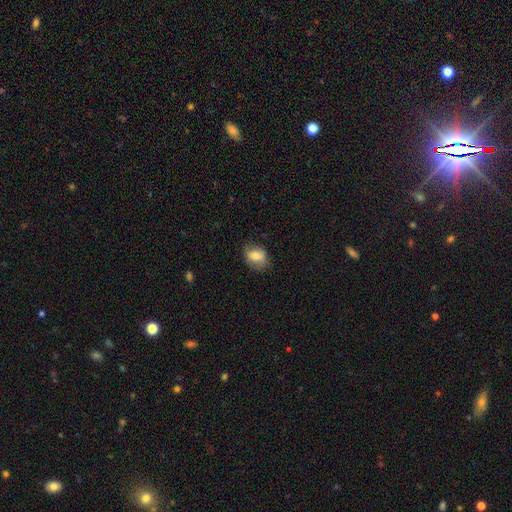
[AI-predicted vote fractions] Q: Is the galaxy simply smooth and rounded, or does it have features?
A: smooth — 71%.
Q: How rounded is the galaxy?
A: in between — 64%.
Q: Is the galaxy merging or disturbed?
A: none — 76%.